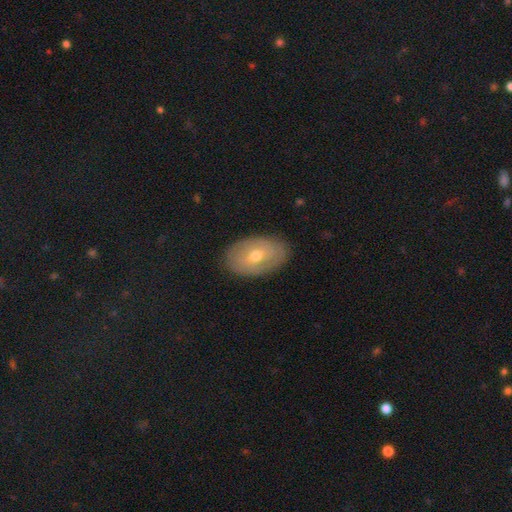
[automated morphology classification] This appears to be a featured or disk galaxy (47%). Merging: none (85%).